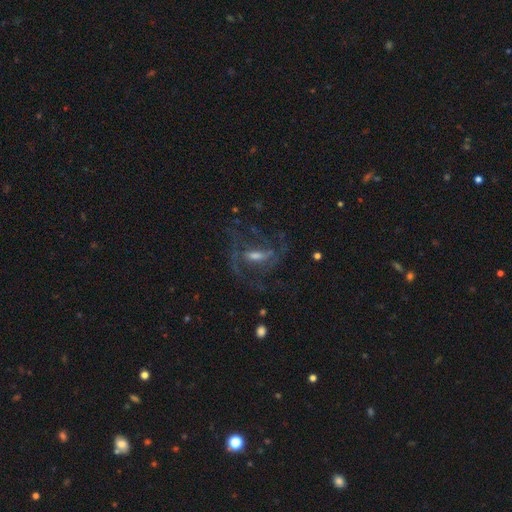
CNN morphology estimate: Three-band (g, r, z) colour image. It shows a featured or disk galaxy (80%) with a weak bar (46%), 2 (51%) medium (51%) spiral arms (91%) and a moderate central bulge (46%). Merging: none (60%).